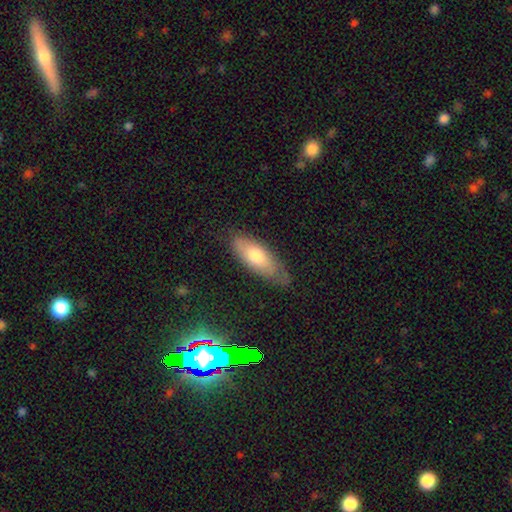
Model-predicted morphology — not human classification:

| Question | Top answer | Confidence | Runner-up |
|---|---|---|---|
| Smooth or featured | smooth | 68% | featured or disk (26%) |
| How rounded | in between | 73% | cigar-shaped (24%) |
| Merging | none | 68% | minor disturbance (25%) |